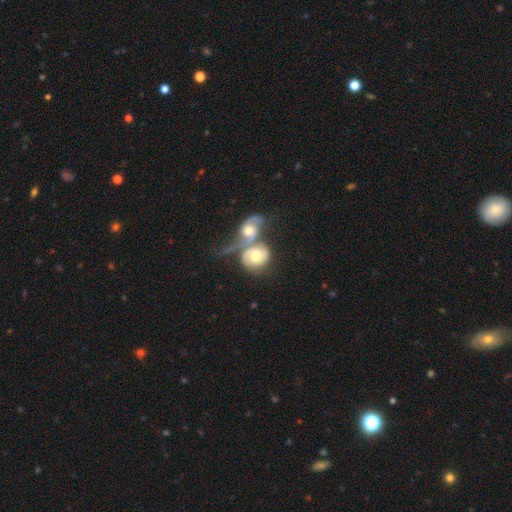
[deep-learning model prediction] A featured or disk galaxy (74%) with no bar (67%), 2 (70%) tight (44%) spiral arms (91%) and a moderate central bulge (69%). Merging: merger (73%).